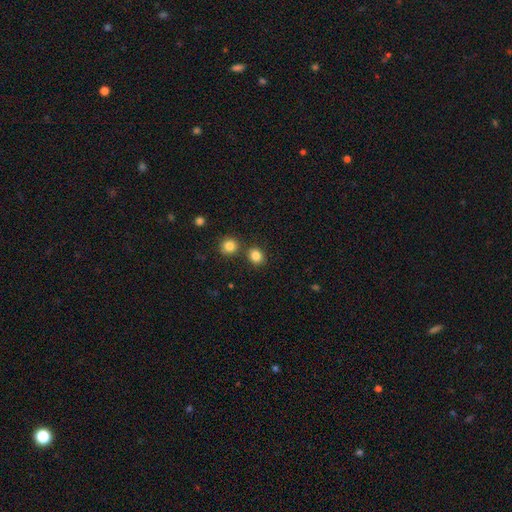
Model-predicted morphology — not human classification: smooth 84%, star or artifact 11%, featured or disk 5%. Down the decision tree: how rounded — round (71%); merging — none (76%).